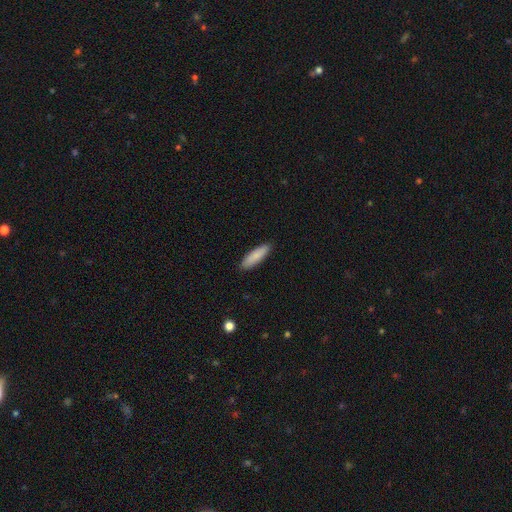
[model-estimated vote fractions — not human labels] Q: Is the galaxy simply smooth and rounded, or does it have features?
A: smooth — 85%.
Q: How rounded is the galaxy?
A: cigar-shaped — 55%.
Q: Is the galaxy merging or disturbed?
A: none — 89%.